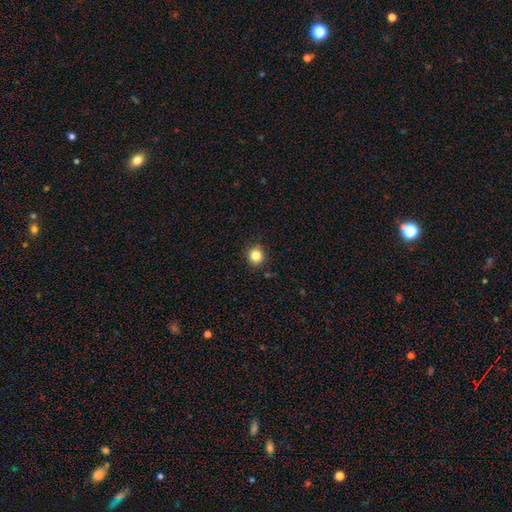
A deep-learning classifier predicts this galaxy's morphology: type=smooth (84%); roundness=round (91%); merging=none (90%).